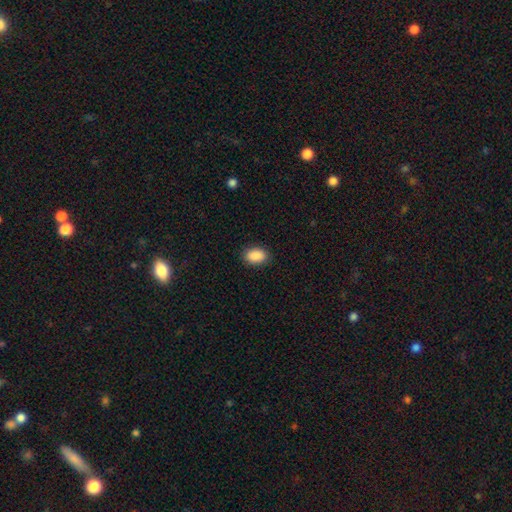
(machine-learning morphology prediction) Smooth or featured? Predicted: smooth (p=0.90). How rounded? Predicted: in between (p=0.87). Merging? Predicted: none (p=0.87).